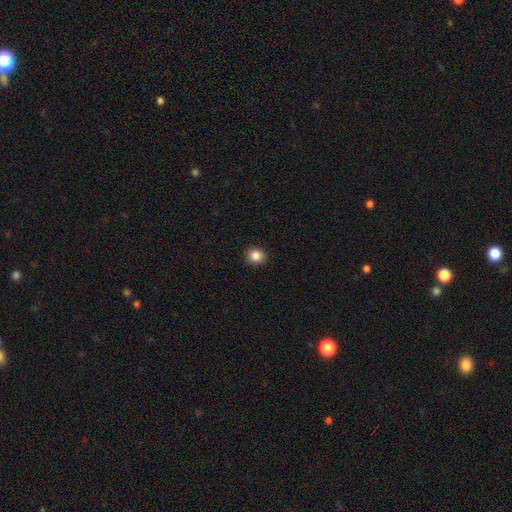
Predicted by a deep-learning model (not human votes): A smooth galaxy with no disk features (86%) that is round (88%).

Vote fractions:
- Smooth or featured? smooth: 86% / star or artifact: 10% / featured or disk: 4%
- How rounded? round: 88% / in between: 11% / cigar-shaped: 1%
- Merging? none: 91% / minor disturbance: 6% / major disturbance: 2% / merger: 1%